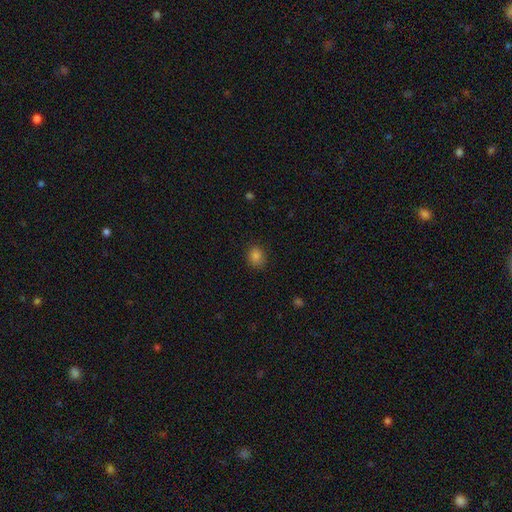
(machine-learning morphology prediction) Overall: smooth (83%). How rounded: round (53%; in between 46%). Merging: none (86%).